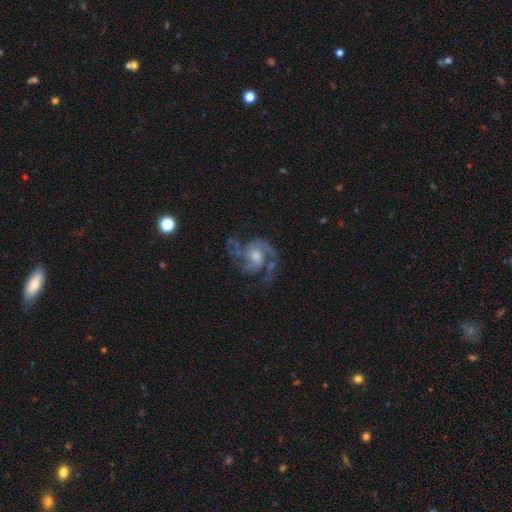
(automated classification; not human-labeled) smooth_or_featured: featured or disk (p=0.86) [alt: star or artifact p=0.07]
disk_edge_on: no (p=0.98) [alt: yes p=0.02]
bar: no (p=0.64) [alt: weak p=0.30]
has_spiral_arms: yes (p=0.96) [alt: no p=0.04]
spiral_winding: medium (p=0.55) [alt: tight p=0.24]
spiral_arm_count: 3 (p=0.35) [alt: 2 p=0.34]
bulge_size: moderate (p=0.53) [alt: small p=0.29]
merging: none (p=0.63) [alt: major disturbance p=0.18]